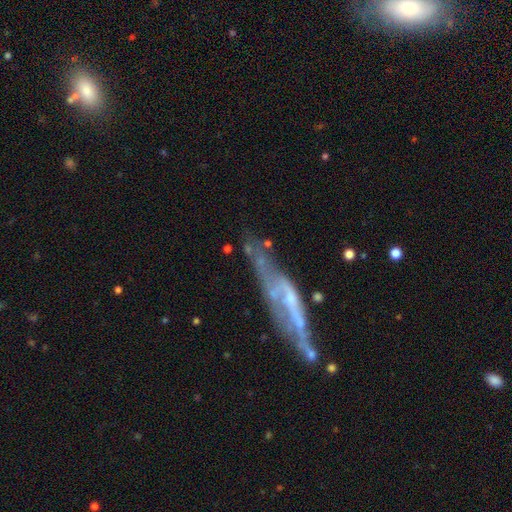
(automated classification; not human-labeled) featured or disk 68%, smooth 21%, star or artifact 11%. Down the decision tree: edge-on disk — no (53%); merging — none (40%).